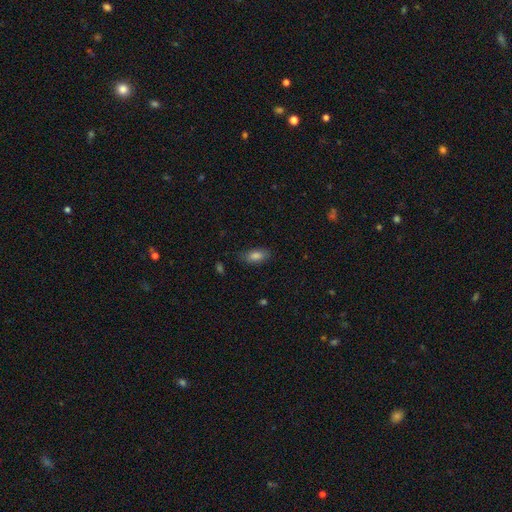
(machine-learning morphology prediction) smooth_or_featured: smooth (p=0.83) [alt: star or artifact p=0.09]
how_rounded: in between (p=0.86) [alt: cigar-shaped p=0.10]
merging: none (p=0.80) [alt: minor disturbance p=0.15]